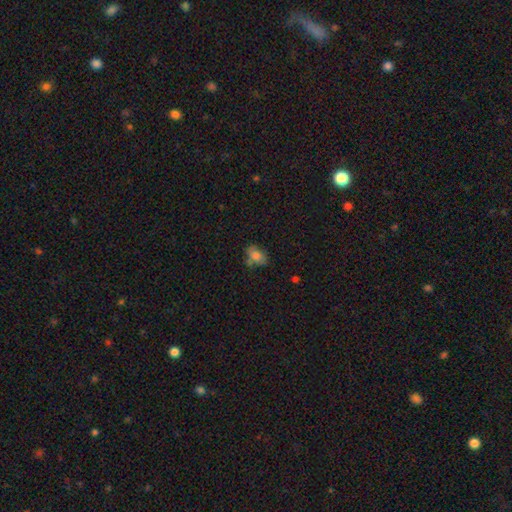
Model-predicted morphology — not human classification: smooth 75%, featured or disk 14%, star or artifact 11%. Down the decision tree: how rounded — in between (84%); merging — none (54%).